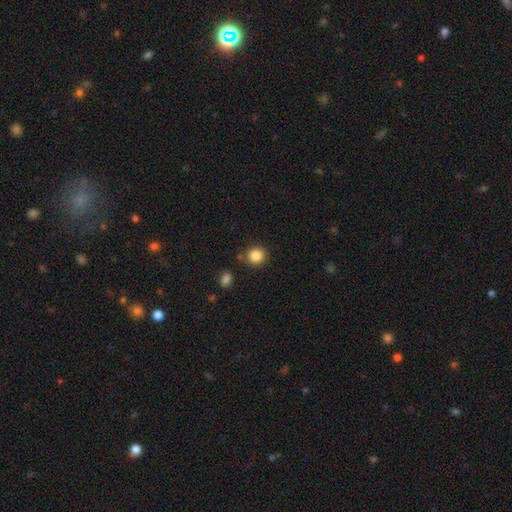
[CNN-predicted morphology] smooth-or-featured: smooth: 85% | star or artifact: 10% | featured or disk: 5%
  how-rounded: round: 90% | in between: 9% | cigar-shaped: 1%
  merging: none: 83% | minor disturbance: 9% | merger: 6% | major disturbance: 3%